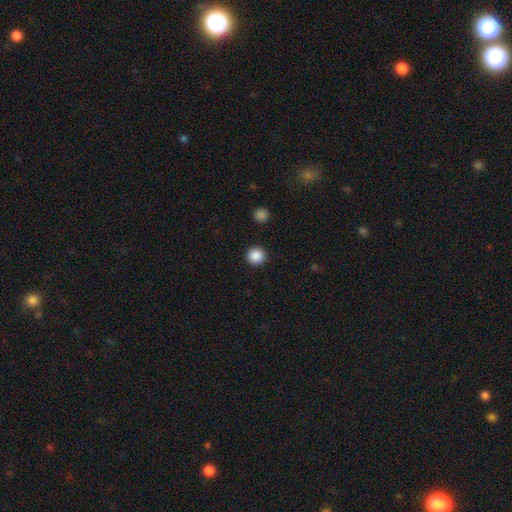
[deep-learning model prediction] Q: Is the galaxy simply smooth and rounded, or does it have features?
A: smooth — 88%.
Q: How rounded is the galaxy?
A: round — 96%.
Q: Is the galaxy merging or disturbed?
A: none — 93%.